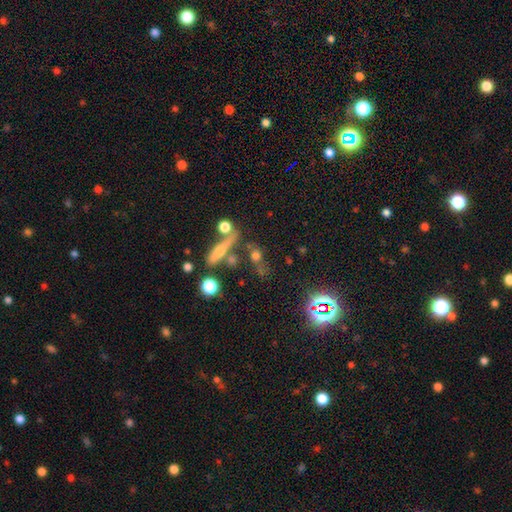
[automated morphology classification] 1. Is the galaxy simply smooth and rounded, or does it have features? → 58% smooth, 21% featured or disk, 21% star or artifact.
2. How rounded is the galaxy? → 47% round, 27% in between, 26% cigar-shaped.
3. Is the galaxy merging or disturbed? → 54% none, 24% merger, 13% minor disturbance, 9% major disturbance.